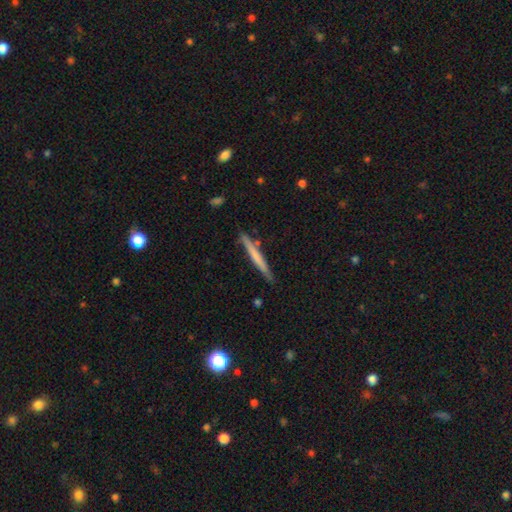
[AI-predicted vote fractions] This appears to be a smooth galaxy with no disk features (57%) that is cigar-shaped (96%). Merging: none (86%).